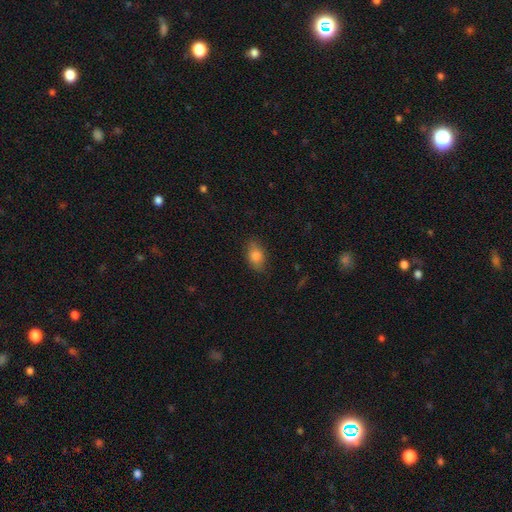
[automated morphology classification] smooth 81%, featured or disk 11%, star or artifact 9%. Down the decision tree: how rounded — in between (86%); merging — none (81%).